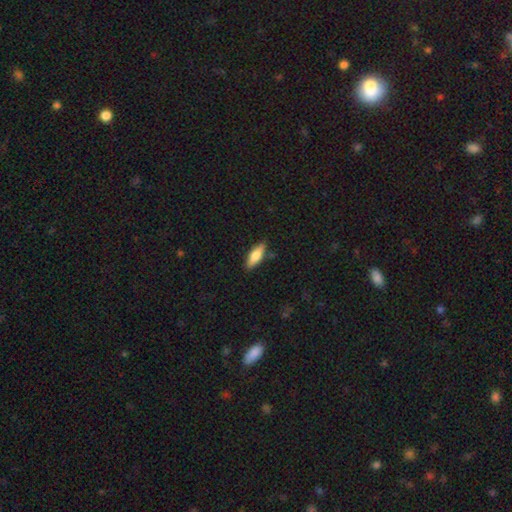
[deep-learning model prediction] Q: Smooth or featured?
A: smooth (63%); runner-up: featured or disk (30%)
Q: How rounded?
A: in between (53%); runner-up: cigar-shaped (44%)
Q: Merging?
A: none (84%); runner-up: minor disturbance (12%)